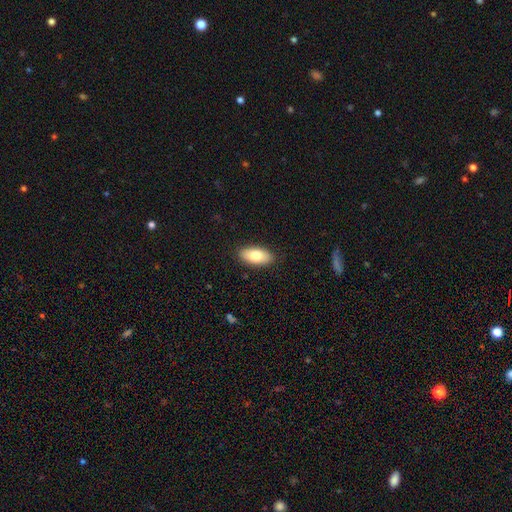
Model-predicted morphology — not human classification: Q: Smooth or featured?
A: smooth (77%); runner-up: featured or disk (17%)
Q: How rounded?
A: in between (91%); runner-up: cigar-shaped (6%)
Q: Merging?
A: none (89%); runner-up: minor disturbance (8%)